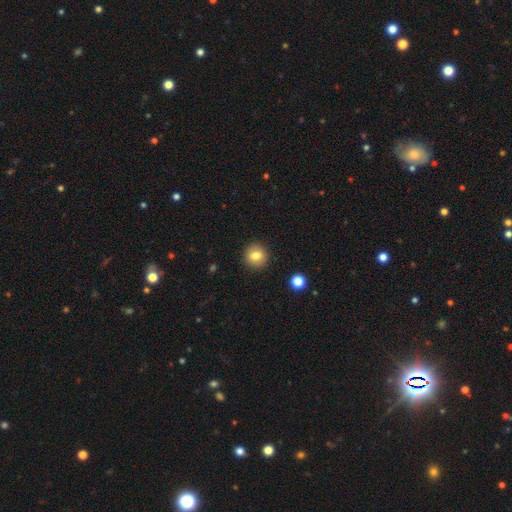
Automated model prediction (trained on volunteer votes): smooth 81%, star or artifact 10%, featured or disk 9%. Down the decision tree: how rounded — round (91%); merging — none (91%).